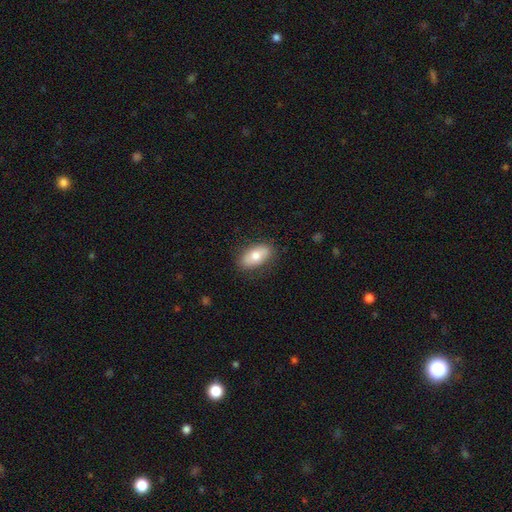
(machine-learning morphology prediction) smooth_or_featured: smooth (p=0.72) [alt: featured or disk p=0.21]
how_rounded: in between (p=0.91) [alt: cigar-shaped p=0.05]
merging: none (p=0.84) [alt: minor disturbance p=0.12]